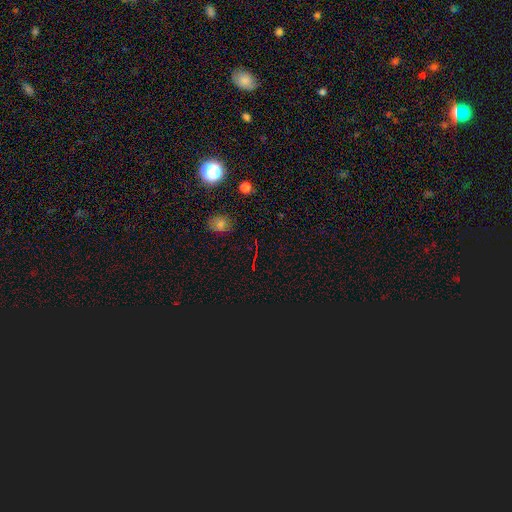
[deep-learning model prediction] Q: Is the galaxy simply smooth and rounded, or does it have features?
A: star or artifact — 70%.